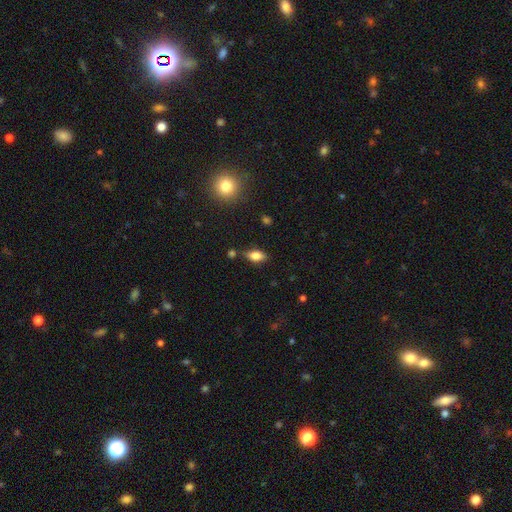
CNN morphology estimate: A smooth galaxy with no disk features (76%) that is in between round and cigar-shaped (87%).

Vote fractions:
- Smooth or featured? smooth: 76% / featured or disk: 15% / star or artifact: 9%
- How rounded? in between: 87% / cigar-shaped: 8% / round: 5%
- Merging? none: 76% / minor disturbance: 15% / merger: 5% / major disturbance: 4%